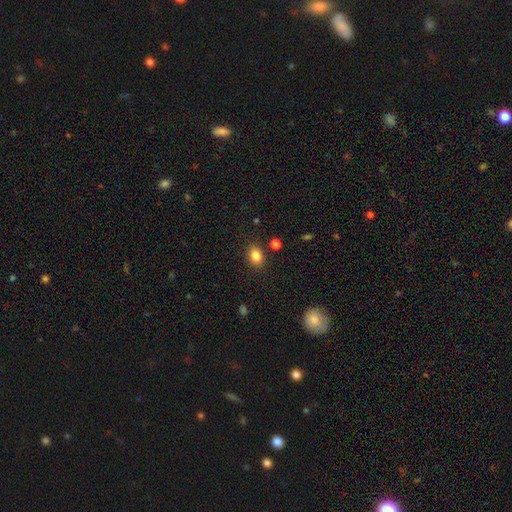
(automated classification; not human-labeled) smooth 84%, star or artifact 11%, featured or disk 6%. Down the decision tree: how rounded — in between (66%); merging — none (84%).